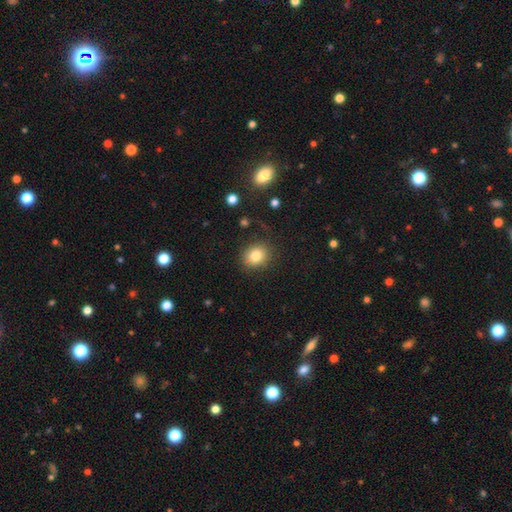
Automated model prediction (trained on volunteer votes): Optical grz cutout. It shows a smooth galaxy with no disk features (81%) that is round (67%). Merging: none (83%).